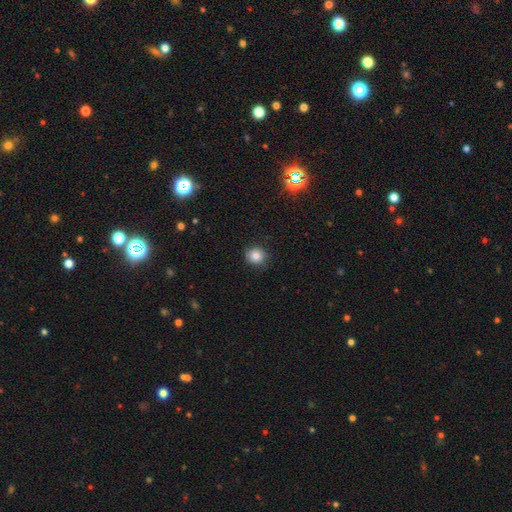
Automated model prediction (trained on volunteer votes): Smooth or featured? Predicted: smooth (p=0.81). How rounded? Predicted: round (p=0.88). Merging? Predicted: none (p=0.88).